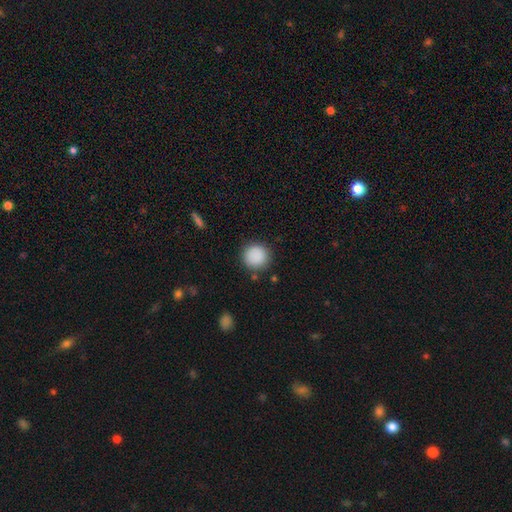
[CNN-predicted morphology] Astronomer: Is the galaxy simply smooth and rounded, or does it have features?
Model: smooth — 88%.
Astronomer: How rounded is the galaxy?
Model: round — 93%.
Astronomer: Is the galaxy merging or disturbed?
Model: none — 87%.